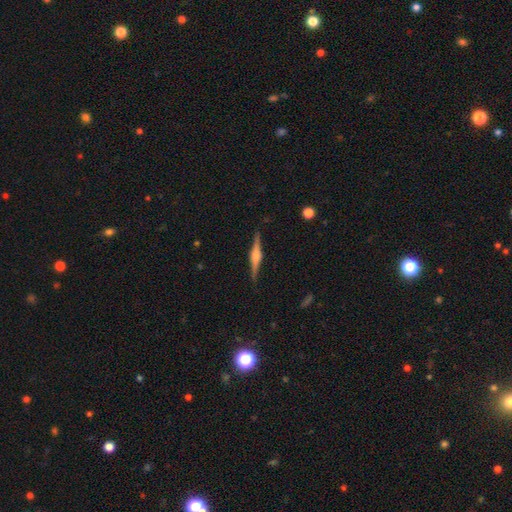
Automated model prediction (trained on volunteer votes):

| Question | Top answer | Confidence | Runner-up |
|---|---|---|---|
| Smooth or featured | featured or disk | 79% | smooth (15%) |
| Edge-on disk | yes | 98% | no (2%) |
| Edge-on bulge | rounded | 77% | boxy (20%) |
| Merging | none | 89% | minor disturbance (8%) |